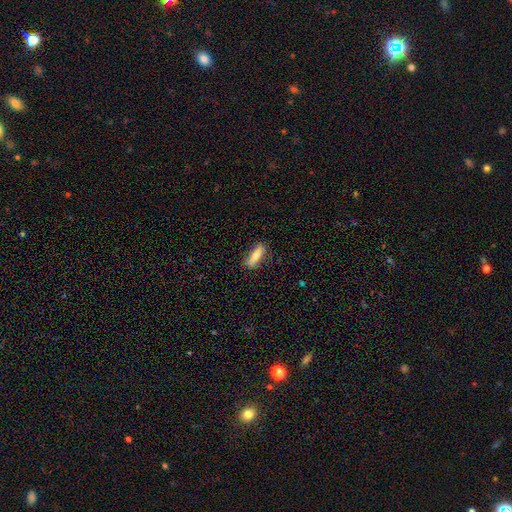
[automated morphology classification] Overall: smooth (74%). How rounded: cigar-shaped (60%; in between 38%). Merging: none (81%).